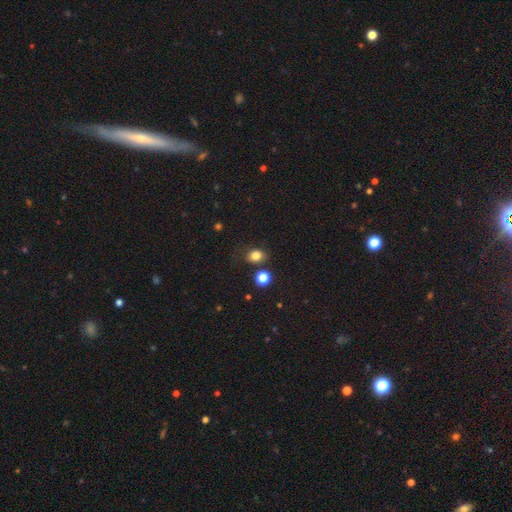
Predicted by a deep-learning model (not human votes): Smooth or featured: smooth — 81% (star or artifact — 13%)
How rounded: round — 52% (in between — 47%)
Merging: none — 76% (minor disturbance — 14%)